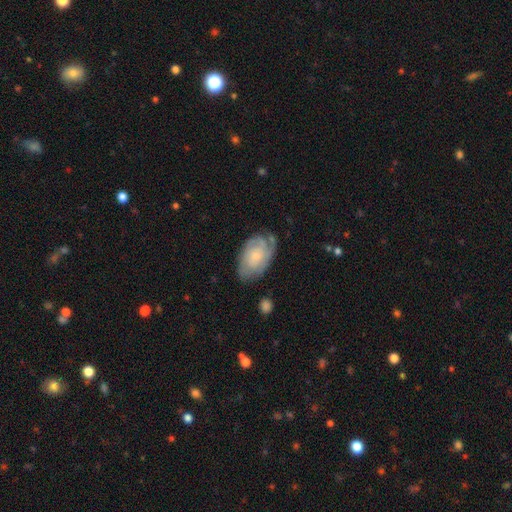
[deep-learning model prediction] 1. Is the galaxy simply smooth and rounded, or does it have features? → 62% featured or disk, 32% smooth, 6% star or artifact.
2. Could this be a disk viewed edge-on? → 95% no, 5% yes.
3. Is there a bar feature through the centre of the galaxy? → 77% no, 20% weak, 3% strong.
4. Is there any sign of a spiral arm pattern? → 86% yes, 14% no.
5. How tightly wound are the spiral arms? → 62% tight, 28% medium, 9% loose.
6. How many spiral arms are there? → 46% can't tell, 25% 2, 13% 3, 7% 1, 5% 4, 4% more than 4.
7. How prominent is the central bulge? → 55% small, 29% moderate, 10% none, 5% large, 2% dominant.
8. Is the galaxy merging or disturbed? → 65% none, 24% minor disturbance, 9% major disturbance, 2% merger.